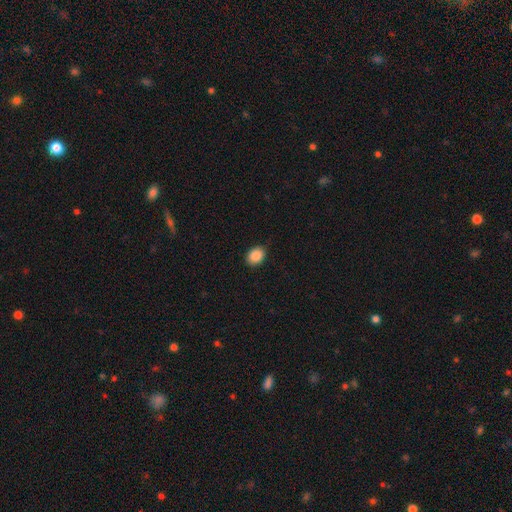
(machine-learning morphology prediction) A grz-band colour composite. It shows a smooth galaxy with no disk features (89%) that is in between round and cigar-shaped (61%). Merging: none (87%).